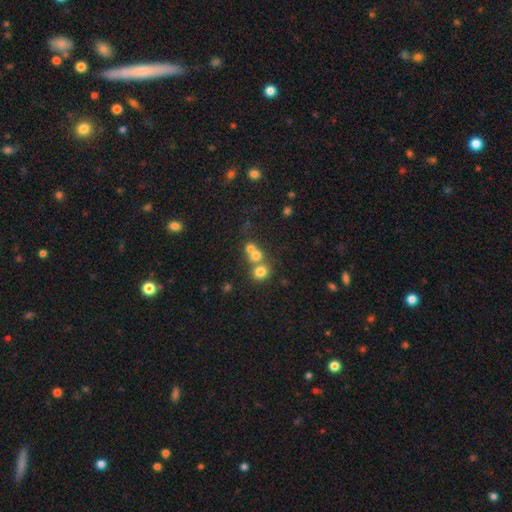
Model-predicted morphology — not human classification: This is likely a smooth galaxy (70%). How rounded: likely round (77%). Merging: possibly merger (55%).